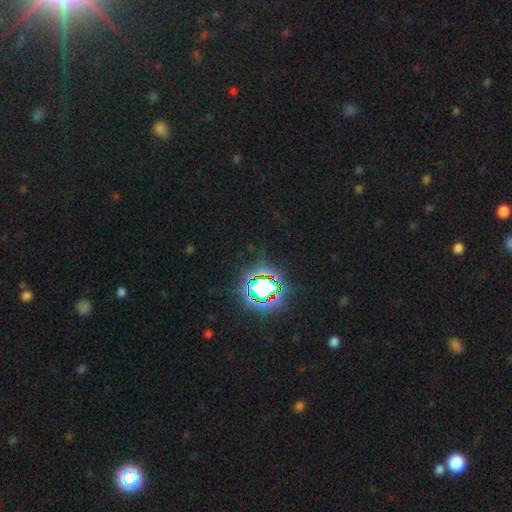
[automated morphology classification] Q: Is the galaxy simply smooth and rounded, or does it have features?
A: star or artifact — 83%.